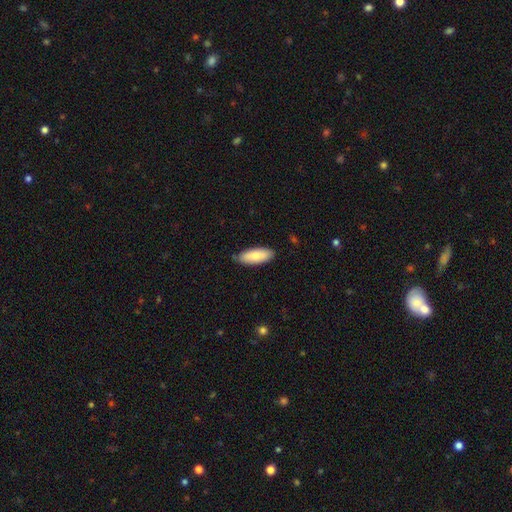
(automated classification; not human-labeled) Smooth or featured?
  - smooth: 80% *
  - featured or disk: 15%
  - star or artifact: 6%
How rounded?
  - in between: 76% *
  - cigar-shaped: 22%
  - round: 2%
Merging?
  - none: 83% *
  - minor disturbance: 14%
  - major disturbance: 2%
  - merger: 1%